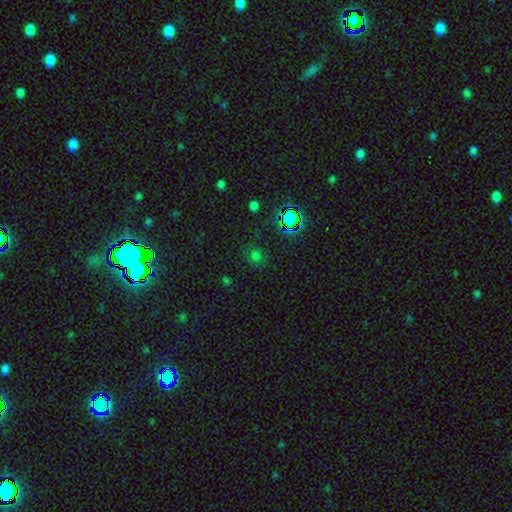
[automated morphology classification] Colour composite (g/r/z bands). It shows a smooth galaxy with no disk features (50%). Merging: none (74%).